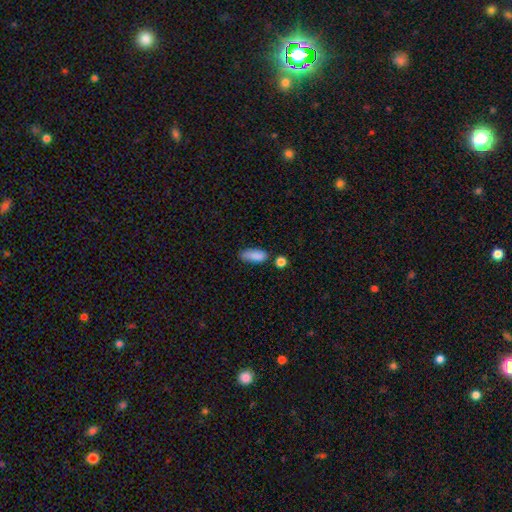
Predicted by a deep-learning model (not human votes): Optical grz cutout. It shows a smooth galaxy with no disk features (86%) that is in between round and cigar-shaped (76%). Merging: none (63%).